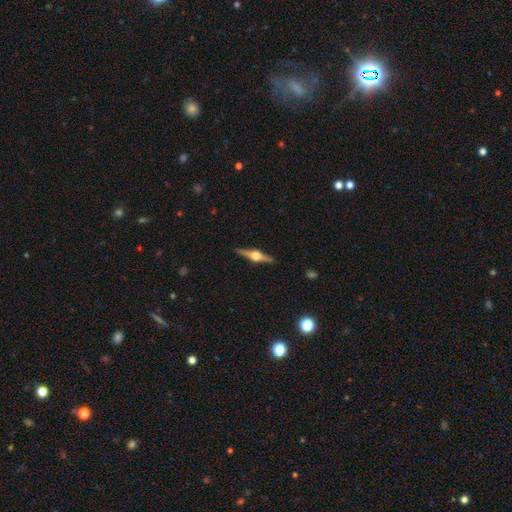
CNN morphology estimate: This appears to be a featured or disk galaxy (82%) viewed edge-on (98%) with a rounded central bulge (94%). Merging: none (91%).